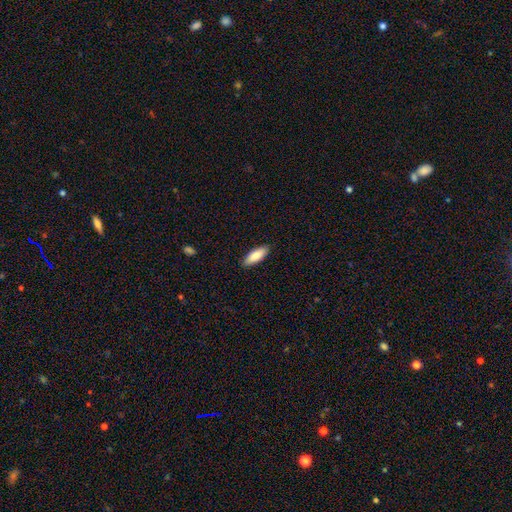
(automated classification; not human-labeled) A smooth galaxy with no disk features (83%) that is in between round and cigar-shaped (64%). Merging: none (89%).